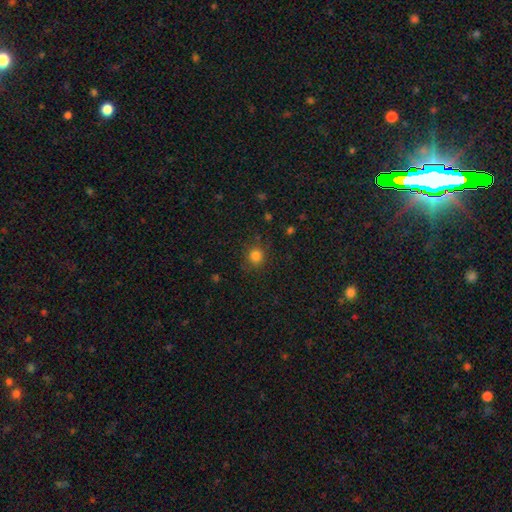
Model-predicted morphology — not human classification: This is clearly a smooth galaxy (83%). How rounded: clearly round (89%). Merging: clearly none (85%).